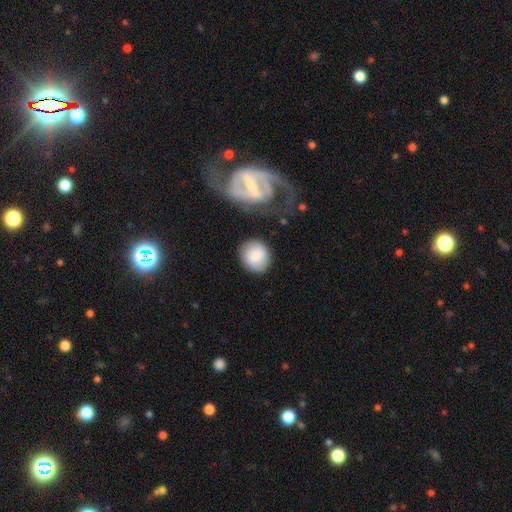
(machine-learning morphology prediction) Smooth or featured: smooth — 81% (featured or disk — 13%)
How rounded: round — 82% (in between — 17%)
Merging: none — 78% (minor disturbance — 12%)